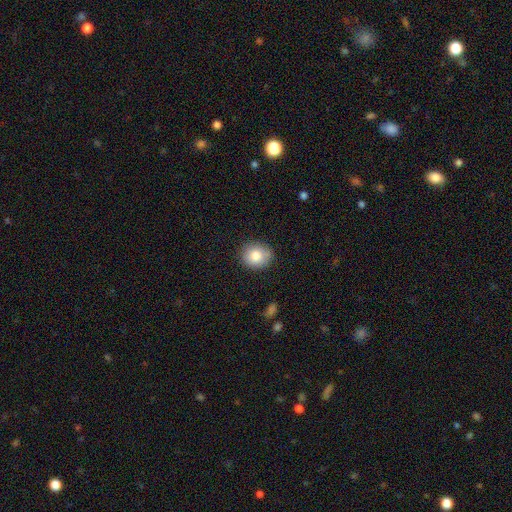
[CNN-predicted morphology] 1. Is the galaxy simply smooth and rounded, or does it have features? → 82% smooth, 9% featured or disk, 8% star or artifact.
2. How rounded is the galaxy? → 80% round, 19% in between, 1% cigar-shaped.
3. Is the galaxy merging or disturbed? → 85% none, 12% minor disturbance, 2% major disturbance, 1% merger.